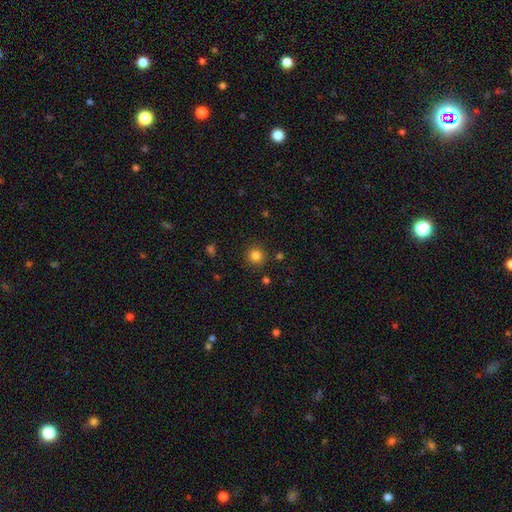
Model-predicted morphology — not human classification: The model was most divided on "smooth or featured": smooth: 83%, star or artifact: 13%, featured or disk: 5%. More confident: how rounded — round (94%); merging — none (89%).